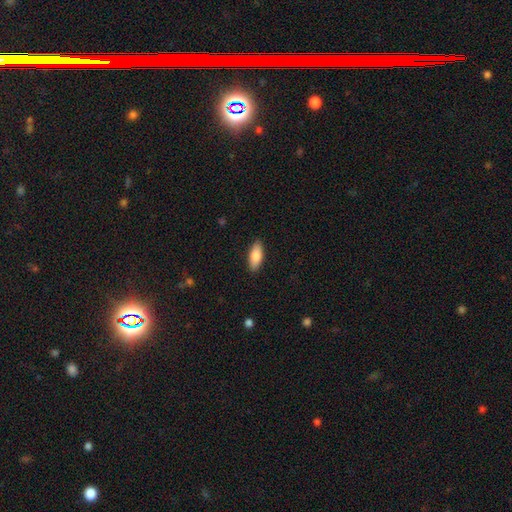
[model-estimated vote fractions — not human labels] Smooth or featured? smooth (84%)
How rounded? in between (80%)
Merging? none (89%)